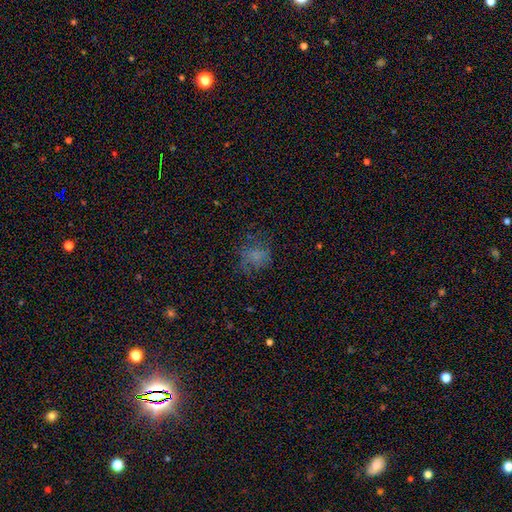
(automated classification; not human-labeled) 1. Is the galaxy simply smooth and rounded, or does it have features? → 55% smooth, 25% featured or disk, 21% star or artifact.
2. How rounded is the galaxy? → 64% round, 35% in between, 1% cigar-shaped.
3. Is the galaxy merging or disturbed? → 57% none, 22% major disturbance, 20% minor disturbance, 2% merger.